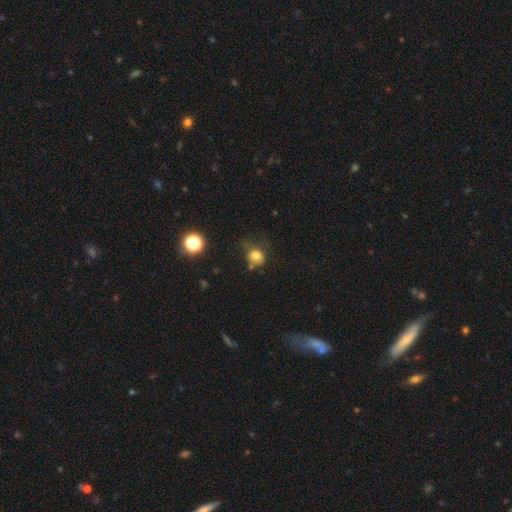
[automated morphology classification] A smooth galaxy with no disk features (77%) that is round (71%). Merging: none (48%).